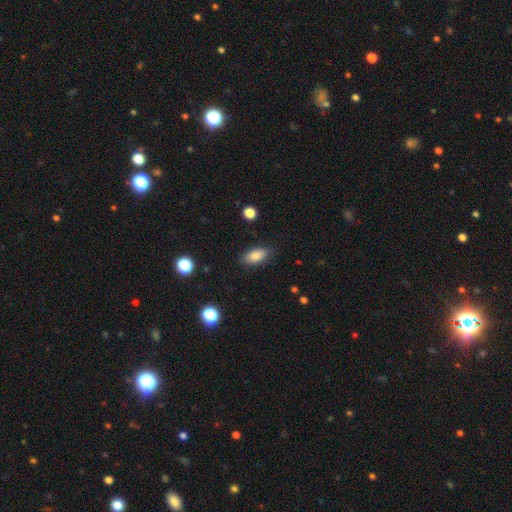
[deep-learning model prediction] Overall: smooth (85%). How rounded: in between (87%). Merging: none (84%).